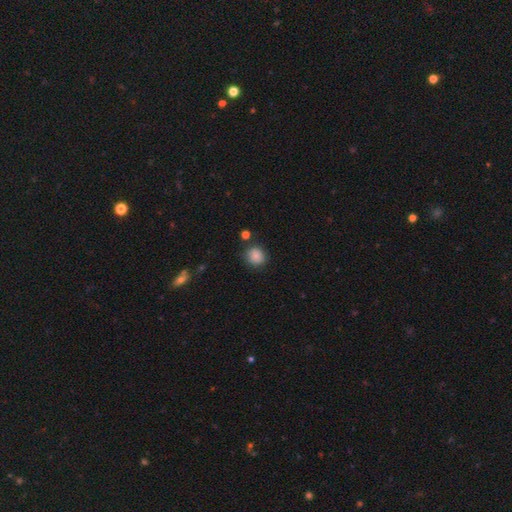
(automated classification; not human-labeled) Smooth or featured?
  - smooth: 86% *
  - star or artifact: 10%
  - featured or disk: 4%
How rounded?
  - round: 81% *
  - in between: 18%
  - cigar-shaped: 1%
Merging?
  - none: 78% *
  - minor disturbance: 14%
  - major disturbance: 4%
  - merger: 4%